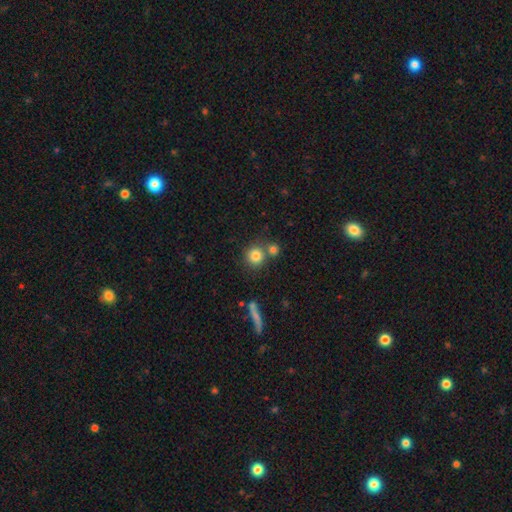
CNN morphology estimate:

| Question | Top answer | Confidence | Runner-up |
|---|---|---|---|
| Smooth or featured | smooth | 81% | star or artifact (11%) |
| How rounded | round | 91% | in between (8%) |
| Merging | none | 64% | merger (24%) |